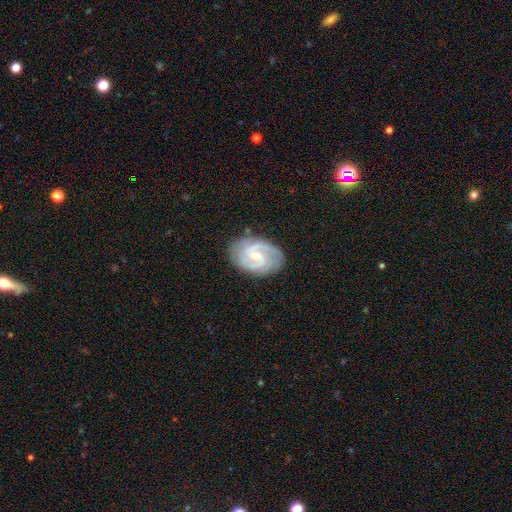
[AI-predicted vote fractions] smooth-or-featured: featured or disk: 89% | smooth: 7% | star or artifact: 4%
  disk-edge-on: no: 98% | yes: 2%
    bar: weak: 58% | no: 27% | strong: 15%
    has-spiral-arms: yes: 98% | no: 2%
      spiral-winding: medium: 52% | tight: 36% | loose: 11%
      spiral-arm-count: 2: 82% | 3: 7% | can't tell: 5% | 1: 2% | 4: 2% | more than 4: 2%
    bulge-size: small: 59% | moderate: 34% | none: 5% | large: 2% | dominant: 1%
  merging: none: 80% | minor disturbance: 14% | major disturbance: 4% | merger: 1%